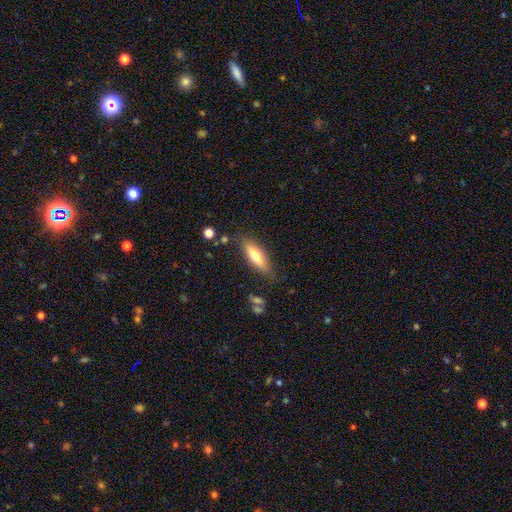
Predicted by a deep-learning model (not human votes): A smooth galaxy with no disk features (68%) that is in between round and cigar-shaped (50%). Merging: none (81%).